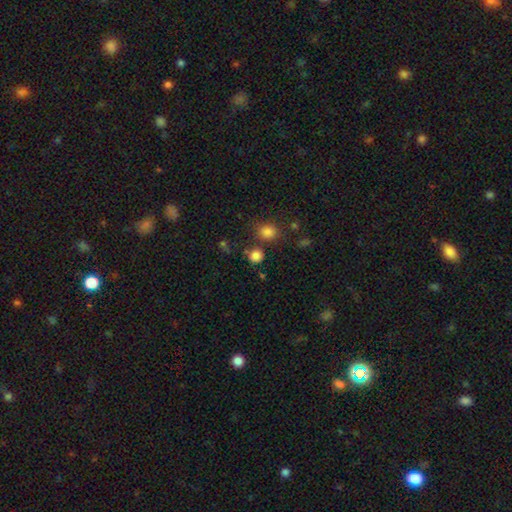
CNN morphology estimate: This appears to be a smooth galaxy with no disk features (82%) that is round (87%). Merging: none (72%).